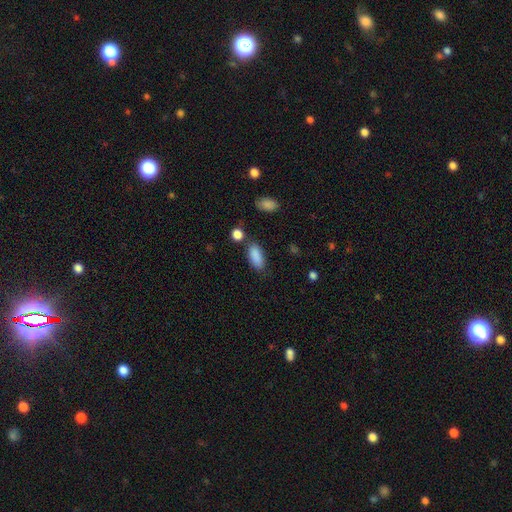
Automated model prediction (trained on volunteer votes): Smooth or featured? smooth (88%)
How rounded? in between (86%)
Merging? none (75%)